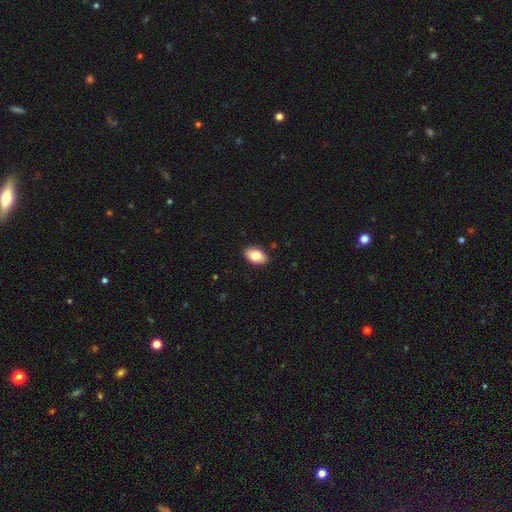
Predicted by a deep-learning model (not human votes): This is clearly a smooth galaxy (82%). How rounded: clearly in between (90%). Merging: clearly none (89%).